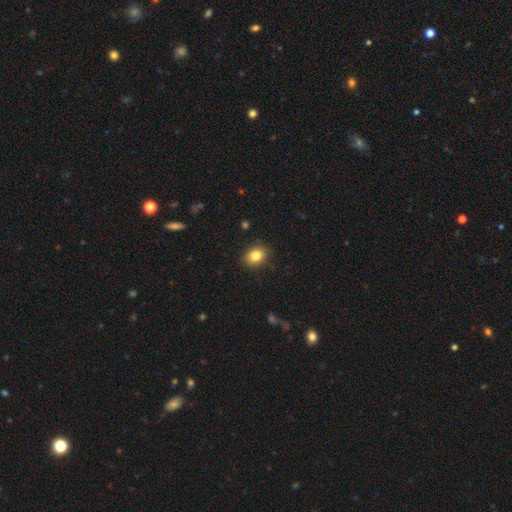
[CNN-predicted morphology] This is clearly a smooth galaxy (84%). How rounded: possibly in between (53%). Merging: clearly none (88%).